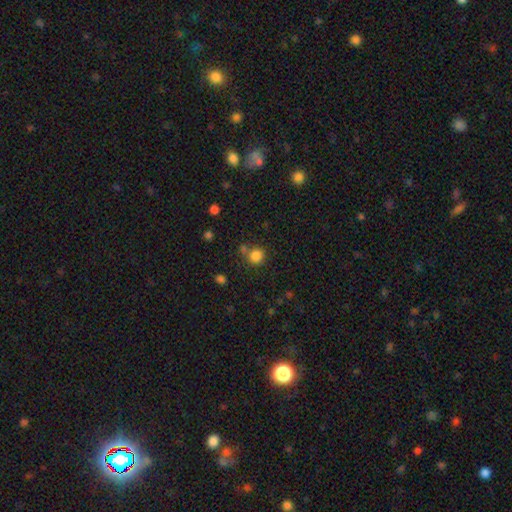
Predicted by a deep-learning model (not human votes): smooth_or_featured: smooth (p=0.83) [alt: star or artifact p=0.12]
how_rounded: round (p=0.90) [alt: in between p=0.09]
merging: none (p=0.70) [alt: merger p=0.17]